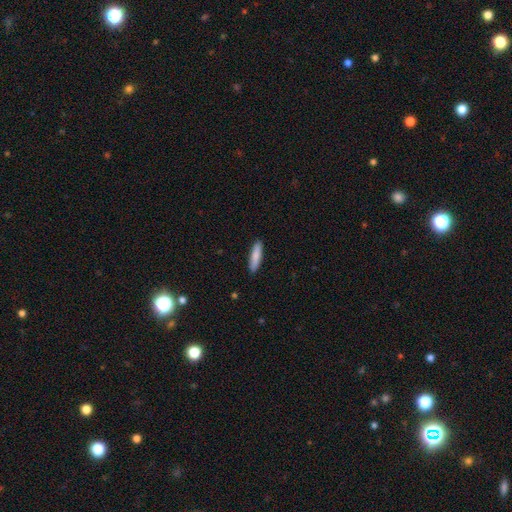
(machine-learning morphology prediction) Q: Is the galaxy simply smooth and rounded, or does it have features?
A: smooth — 84%.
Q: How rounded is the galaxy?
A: cigar-shaped — 78%.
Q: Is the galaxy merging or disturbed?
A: none — 90%.